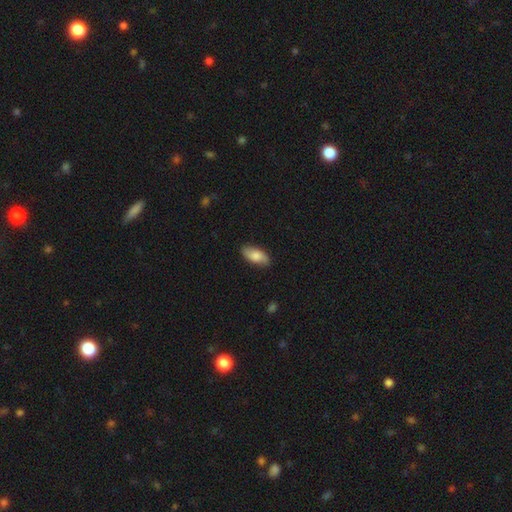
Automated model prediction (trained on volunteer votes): Smooth or featured: smooth — 74% (featured or disk — 20%)
How rounded: in between — 89% (cigar-shaped — 9%)
Merging: none — 83% (minor disturbance — 13%)